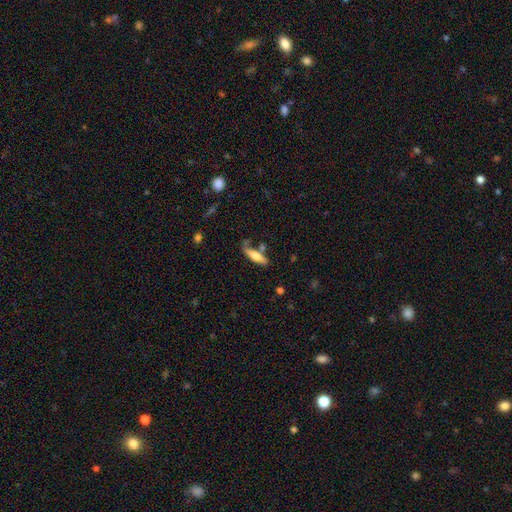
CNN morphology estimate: Smooth or featured? smooth (56%)
How rounded? cigar-shaped (63%)
Merging? none (60%)